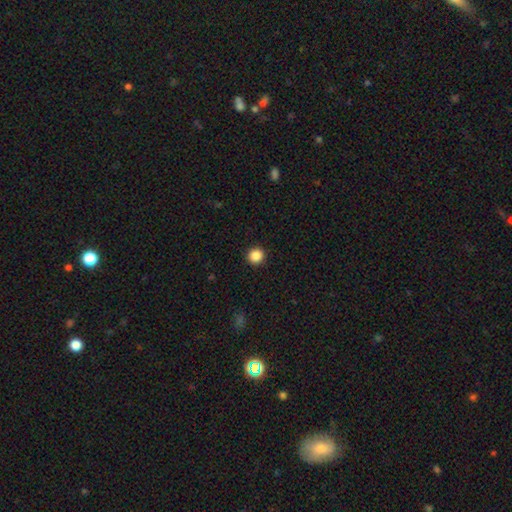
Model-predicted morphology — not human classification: The model was most divided on "smooth or featured": smooth: 87%, star or artifact: 10%, featured or disk: 3%. More confident: how rounded — round (94%); merging — none (93%).